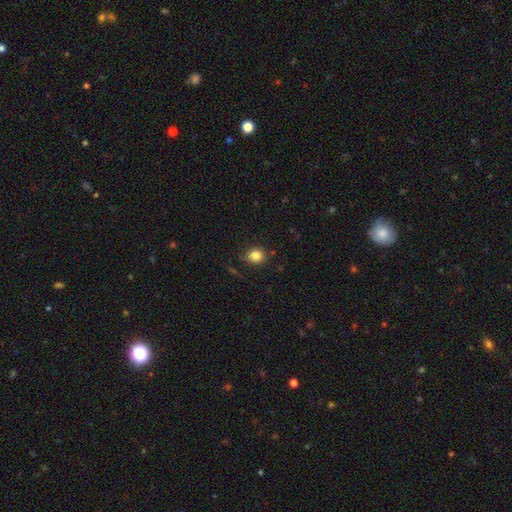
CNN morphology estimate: Smooth or featured? smooth (83%)
How rounded? round (82%)
Merging? none (79%)